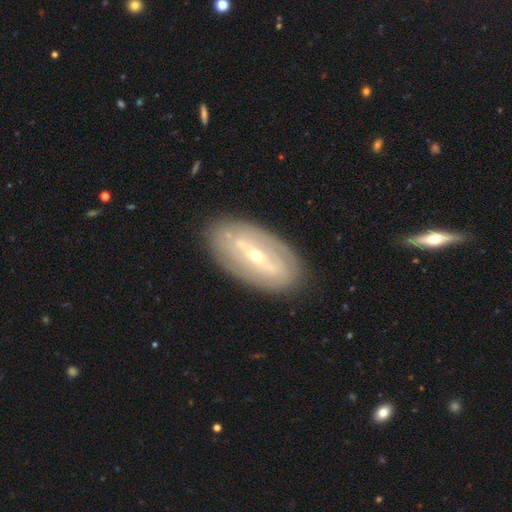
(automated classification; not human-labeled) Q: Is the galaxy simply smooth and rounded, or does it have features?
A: featured or disk — 75%.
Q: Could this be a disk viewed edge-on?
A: no — 87%.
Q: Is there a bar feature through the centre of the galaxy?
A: strong — 54%.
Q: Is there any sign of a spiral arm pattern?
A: yes — 52%.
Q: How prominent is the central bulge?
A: small — 63%.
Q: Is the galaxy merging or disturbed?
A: none — 84%.